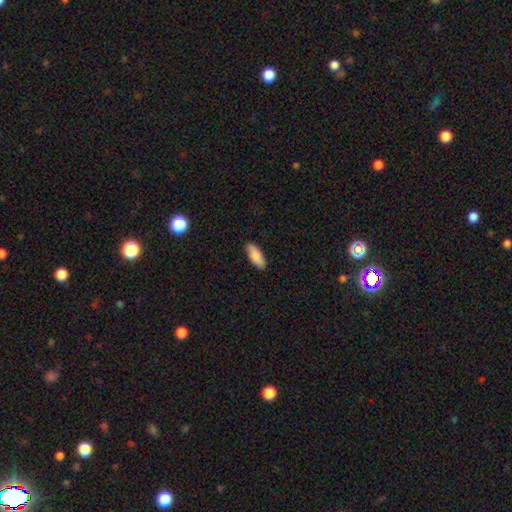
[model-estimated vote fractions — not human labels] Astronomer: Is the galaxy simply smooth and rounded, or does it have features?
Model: smooth — 88%.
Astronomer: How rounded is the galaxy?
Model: in between — 73%.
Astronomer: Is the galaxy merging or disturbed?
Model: none — 88%.